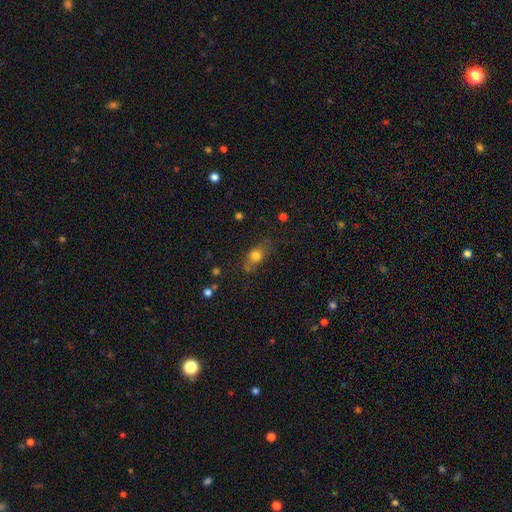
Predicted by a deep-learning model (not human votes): smooth-or-featured: smooth: 73% | featured or disk: 14% | star or artifact: 13%
  how-rounded: in between: 54% | round: 38% | cigar-shaped: 7%
  merging: none: 60% | minor disturbance: 23% | major disturbance: 10% | merger: 7%